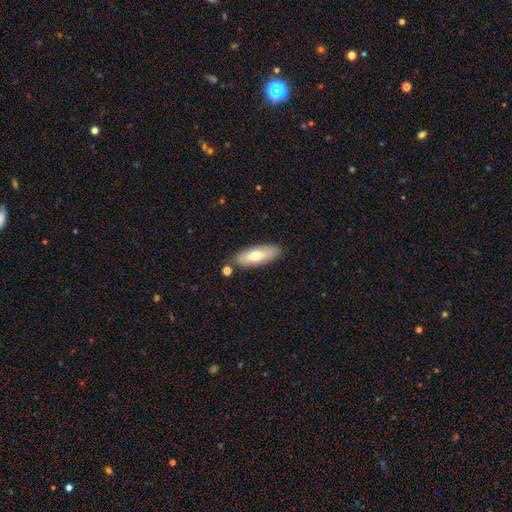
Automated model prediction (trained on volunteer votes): Q: Smooth or featured?
A: smooth (65%); runner-up: featured or disk (29%)
Q: How rounded?
A: in between (69%); runner-up: cigar-shaped (29%)
Q: Merging?
A: none (82%); runner-up: minor disturbance (11%)